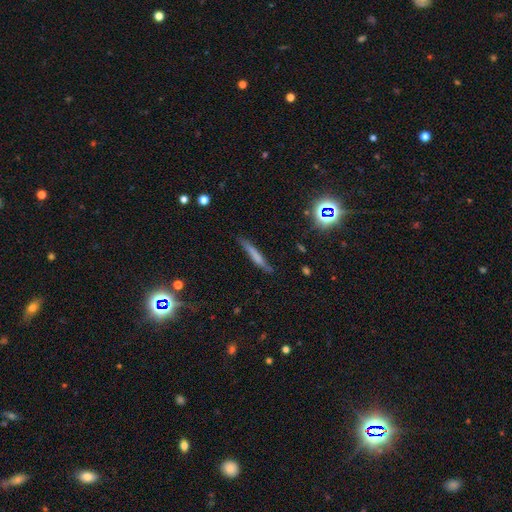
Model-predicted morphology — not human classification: A smooth galaxy with no disk features (58%) that is cigar-shaped (92%).

Vote fractions:
- Smooth or featured? smooth: 58% / featured or disk: 31% / star or artifact: 11%
- How rounded? cigar-shaped: 92% / in between: 6% / round: 2%
- Merging? none: 72% / minor disturbance: 20% / major disturbance: 5% / merger: 3%